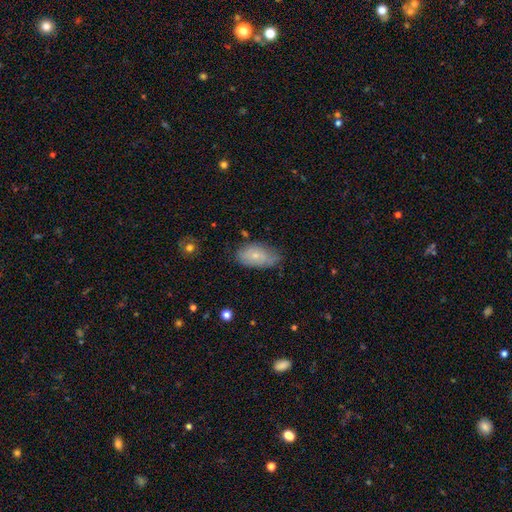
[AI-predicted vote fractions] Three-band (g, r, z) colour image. It shows a smooth galaxy with no disk features (61%) that is in between round and cigar-shaped (92%). Merging: none (56%).